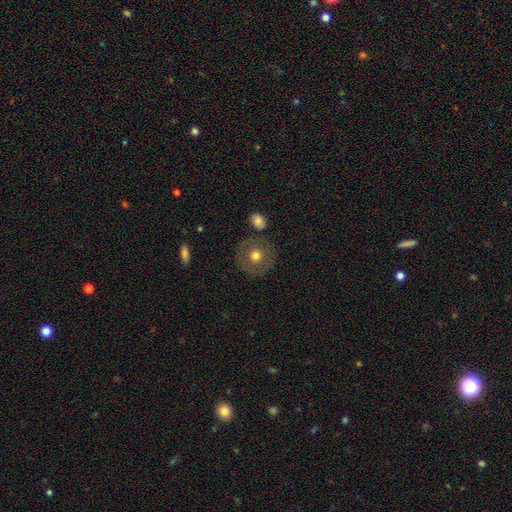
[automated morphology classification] smooth_or_featured: smooth (p=0.62) [alt: featured or disk p=0.30]
how_rounded: round (p=0.92) [alt: in between p=0.07]
merging: none (p=0.84) [alt: minor disturbance p=0.09]